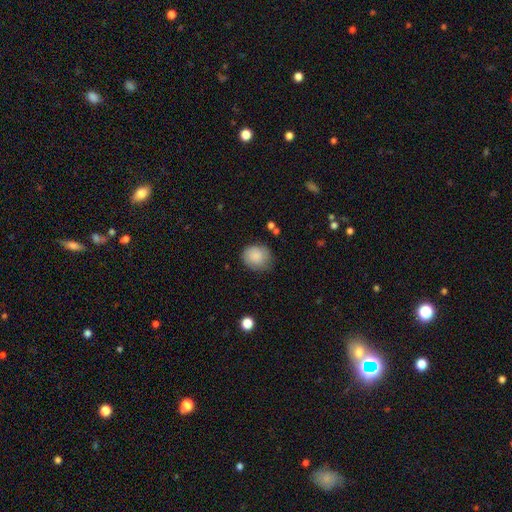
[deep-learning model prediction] This appears to be a smooth galaxy with no disk features (85%) that is round (72%). Merging: none (71%).